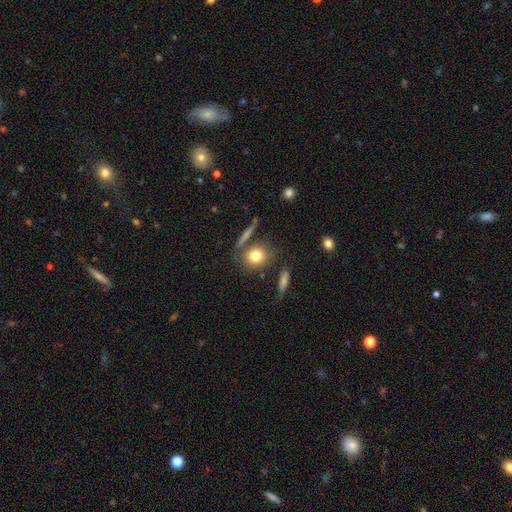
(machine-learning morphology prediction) Smooth or featured? Predicted: smooth (p=0.77). How rounded? Predicted: round (p=0.73). Merging? Predicted: none (p=0.72).